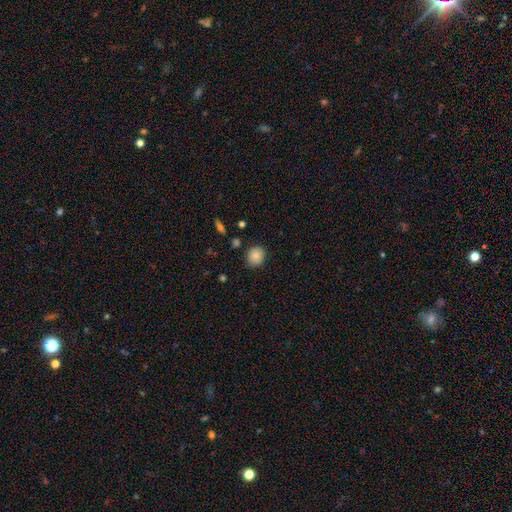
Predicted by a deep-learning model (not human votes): smooth_or_featured: smooth (p=0.85) [alt: star or artifact p=0.09]
how_rounded: round (p=0.82) [alt: in between p=0.17]
merging: none (p=0.85) [alt: minor disturbance p=0.11]